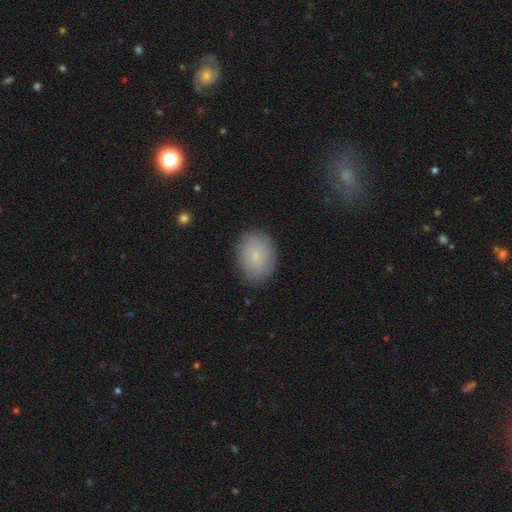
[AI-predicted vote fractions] Morphology: type=smooth (81%); roundness=in between (56%); merging=none (85%).